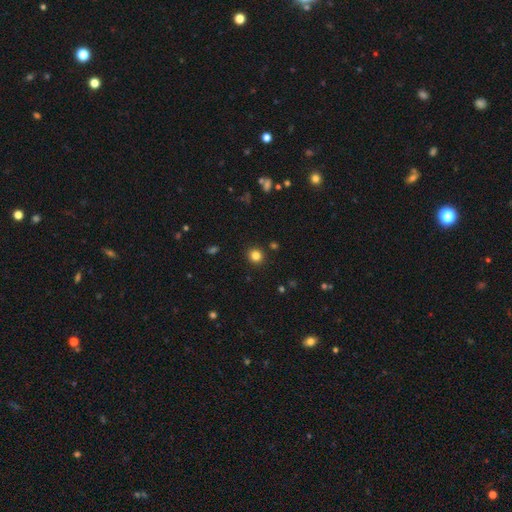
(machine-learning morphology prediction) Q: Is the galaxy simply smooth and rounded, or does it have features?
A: smooth — 82%.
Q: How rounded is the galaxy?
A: round — 90%.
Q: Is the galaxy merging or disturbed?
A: none — 91%.